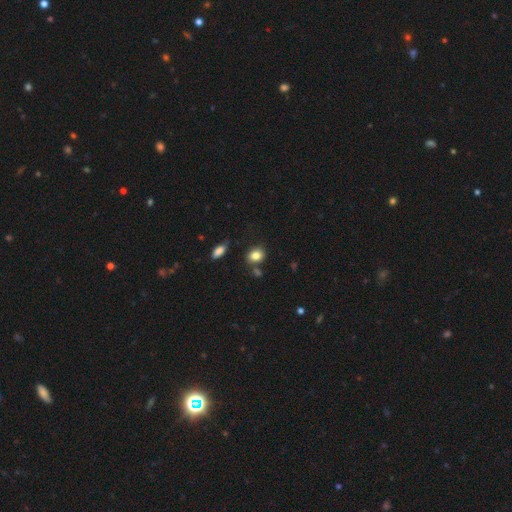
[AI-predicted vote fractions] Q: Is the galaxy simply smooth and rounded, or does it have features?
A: smooth — 83%.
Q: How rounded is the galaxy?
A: in between — 50%.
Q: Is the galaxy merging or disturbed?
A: none — 73%.